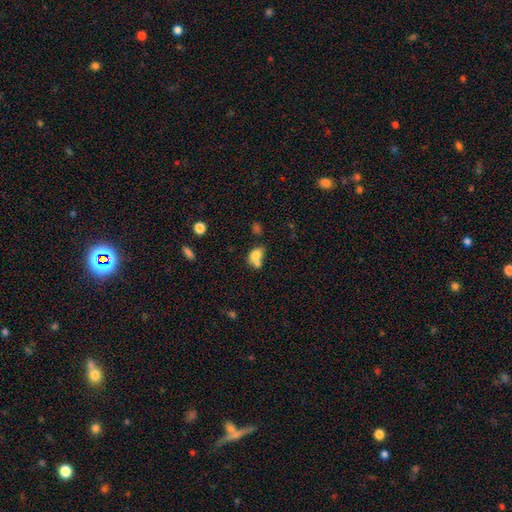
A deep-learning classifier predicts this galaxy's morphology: smooth 74%, featured or disk 16%, star or artifact 10%. Down the decision tree: how rounded — in between (73%); merging — merger (57%).